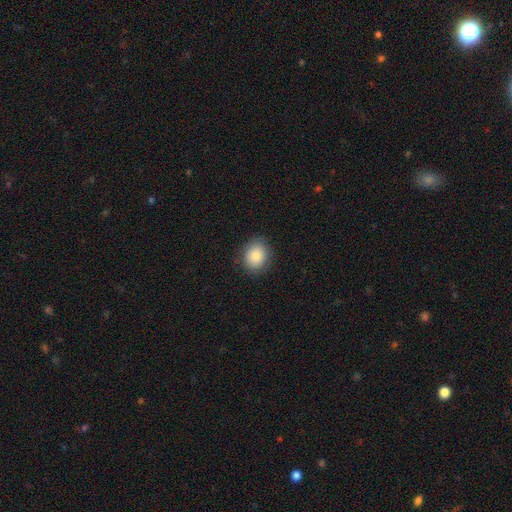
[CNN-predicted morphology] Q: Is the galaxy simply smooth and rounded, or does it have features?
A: smooth — 83%.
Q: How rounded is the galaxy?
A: round — 63%.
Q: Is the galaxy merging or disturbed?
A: none — 87%.